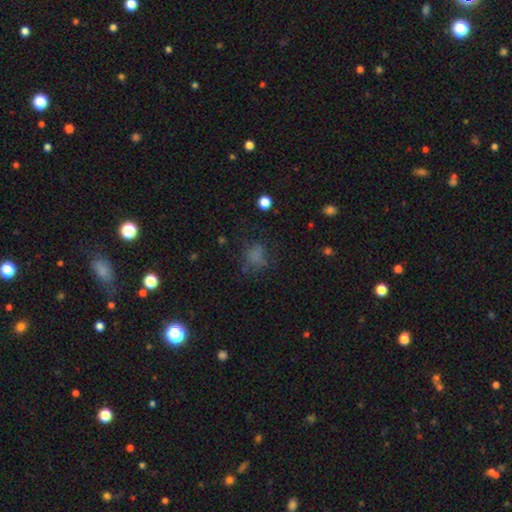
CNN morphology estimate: This is likely a smooth galaxy (63%). How rounded: possibly round (53%). Merging: possibly none (56%).